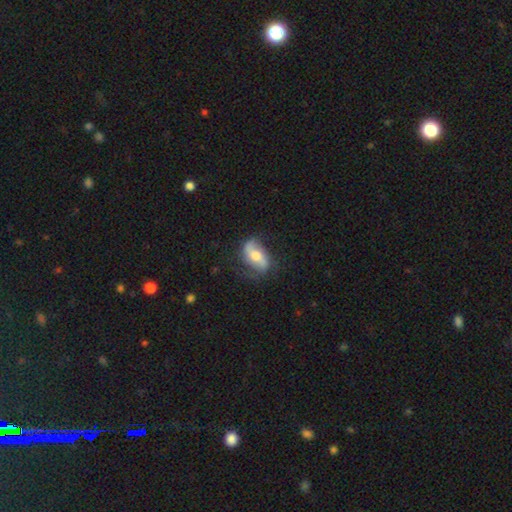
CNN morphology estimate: Smooth or featured? Predicted: featured or disk (p=0.58). Edge-on disk? Predicted: no (p=0.90). Bar? Predicted: no (p=0.39). Spiral arms? Predicted: yes (p=0.81). Bulge size? Predicted: moderate (p=0.66). Merging? Predicted: none (p=0.67).